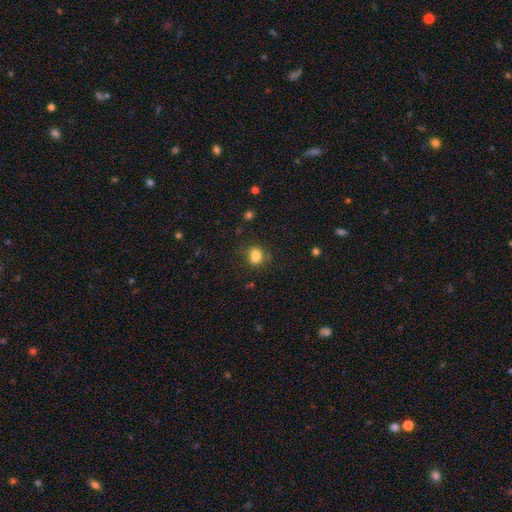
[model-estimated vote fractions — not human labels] A smooth galaxy with no disk features (78%) that is round (54%). Merging: none (61%).